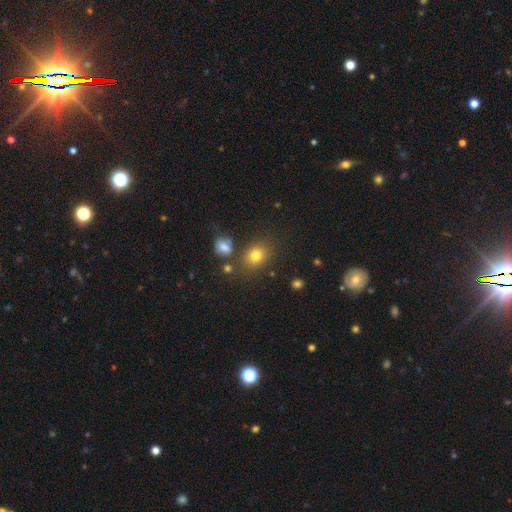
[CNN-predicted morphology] smooth-or-featured: smooth: 78% | star or artifact: 14% | featured or disk: 9%
  how-rounded: in between: 55% | round: 43% | cigar-shaped: 1%
  merging: none: 74% | minor disturbance: 13% | merger: 9% | major disturbance: 5%